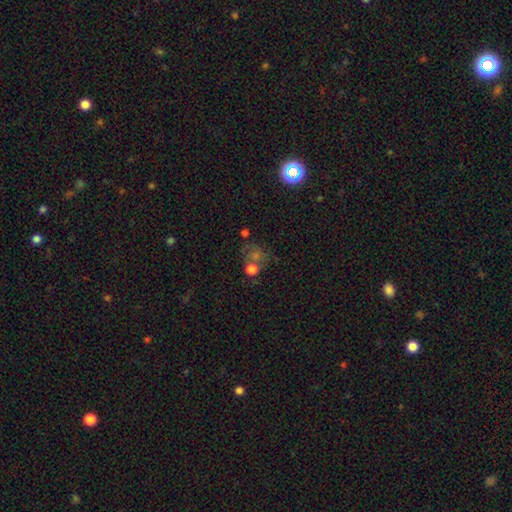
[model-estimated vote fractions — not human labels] Smooth or featured? Predicted: smooth (p=0.43). Merging? Predicted: none (p=0.53).